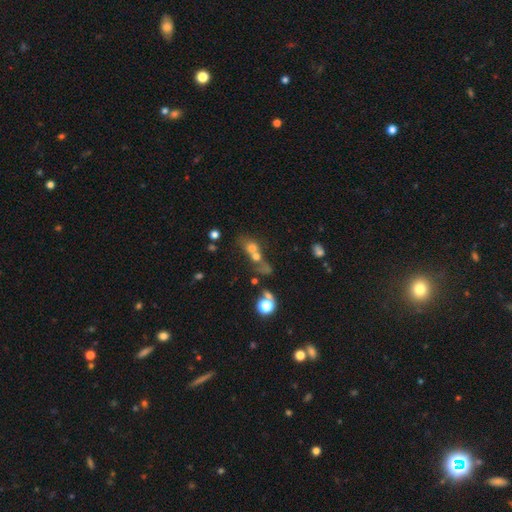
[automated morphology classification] Smooth or featured? smooth (53%)
How rounded? round (59%)
Merging? merger (60%)